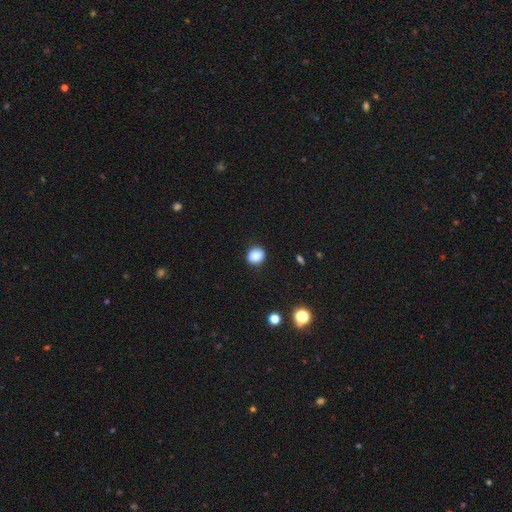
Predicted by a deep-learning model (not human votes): The model was most divided on "how rounded": round: 71%, in between: 29%, cigar-shaped: 1%. More confident: merging — none (88%); smooth or featured — smooth (87%).